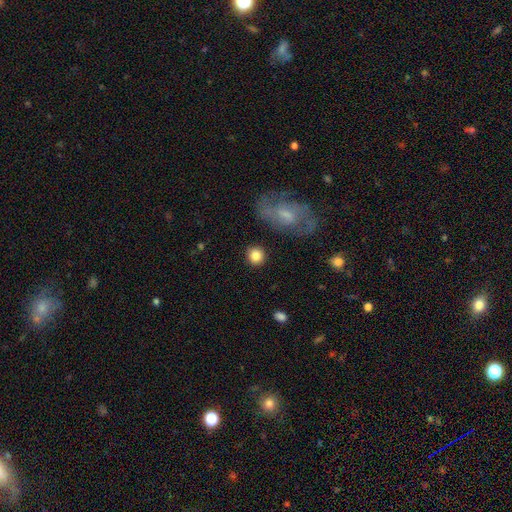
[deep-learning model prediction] Smooth or featured? Predicted: smooth (p=0.83). How rounded? Predicted: round (p=0.88). Merging? Predicted: none (p=0.87).